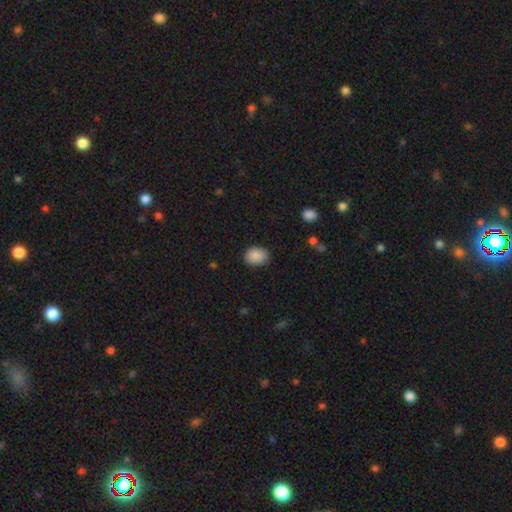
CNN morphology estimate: smooth-or-featured: smooth: 88% | star or artifact: 7% | featured or disk: 4%
  how-rounded: in between: 62% | round: 37% | cigar-shaped: 1%
  merging: none: 83% | minor disturbance: 13% | major disturbance: 3% | merger: 1%